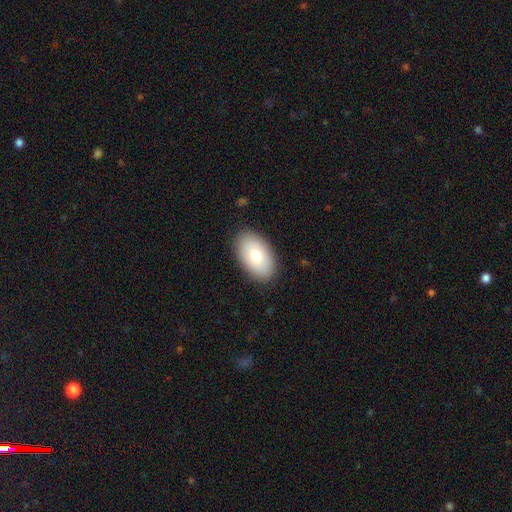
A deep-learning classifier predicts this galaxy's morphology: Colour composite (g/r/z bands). It shows a smooth galaxy with no disk features (74%) that is in between round and cigar-shaped (92%). Merging: none (88%).